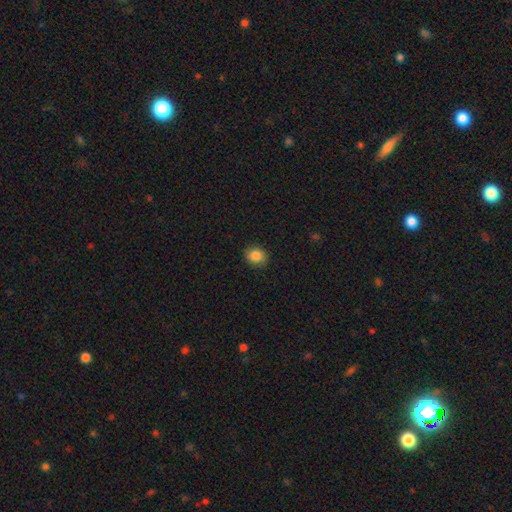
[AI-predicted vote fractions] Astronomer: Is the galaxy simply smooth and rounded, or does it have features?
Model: smooth — 85%.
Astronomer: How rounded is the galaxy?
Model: round — 69%.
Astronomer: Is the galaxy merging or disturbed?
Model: none — 87%.